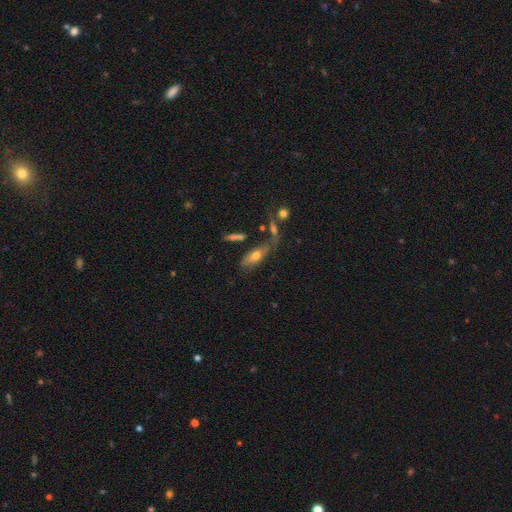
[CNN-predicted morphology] The model was most divided on "smooth or featured": smooth: 59%, featured or disk: 33%, star or artifact: 9%. More confident: how rounded — in between (65%); merging — none (52%).